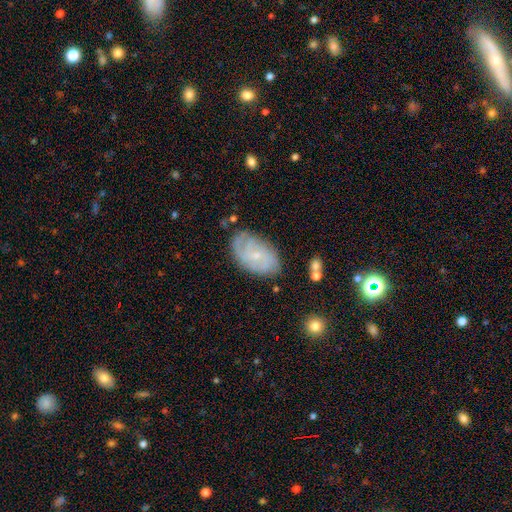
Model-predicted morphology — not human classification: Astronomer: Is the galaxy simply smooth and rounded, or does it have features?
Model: featured or disk — 71%.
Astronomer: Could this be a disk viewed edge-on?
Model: no — 96%.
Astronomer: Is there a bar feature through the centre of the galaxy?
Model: no — 62%.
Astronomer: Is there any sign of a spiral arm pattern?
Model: yes — 91%.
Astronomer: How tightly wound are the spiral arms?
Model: tight — 55% (runner-up: medium, 33%).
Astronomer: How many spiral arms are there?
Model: can't tell — 36% (runner-up: 2, 28%).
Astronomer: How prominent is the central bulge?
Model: small — 76%.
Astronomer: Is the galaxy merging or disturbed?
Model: none — 72%.